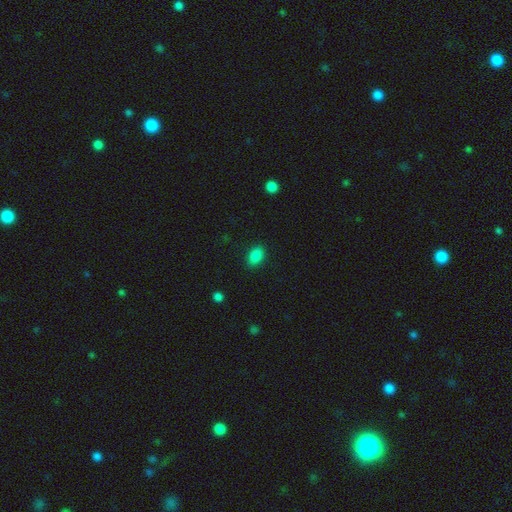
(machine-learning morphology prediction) Smooth or featured?
  - smooth: 87% *
  - star or artifact: 9%
  - featured or disk: 4%
How rounded?
  - in between: 88% *
  - round: 10%
  - cigar-shaped: 2%
Merging?
  - none: 87% *
  - minor disturbance: 9%
  - major disturbance: 2%
  - merger: 1%